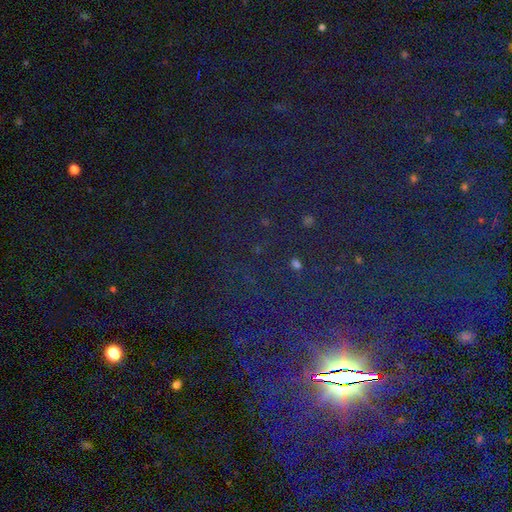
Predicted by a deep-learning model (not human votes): star or artifact 87%, smooth 7%, featured or disk 6%.